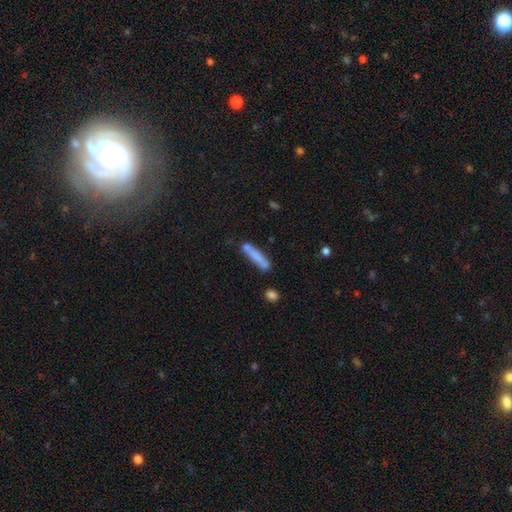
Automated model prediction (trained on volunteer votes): Smooth or featured: smooth — 73% (featured or disk — 19%)
How rounded: cigar-shaped — 90% (in between — 9%)
Merging: none — 65% (minor disturbance — 19%)